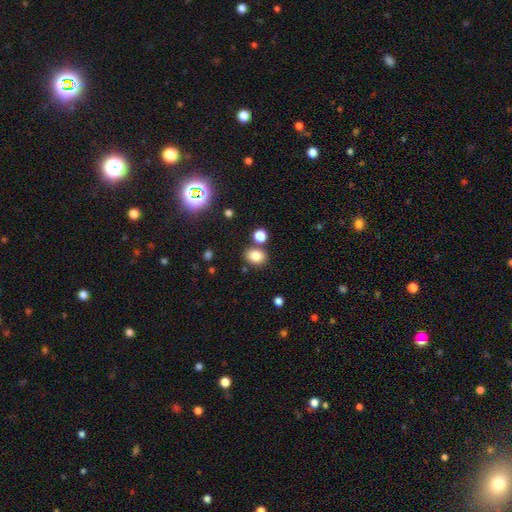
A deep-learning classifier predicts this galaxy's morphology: A smooth galaxy with no disk features (82%) that is in between round and cigar-shaped (57%).

Vote fractions:
- Smooth or featured? smooth: 82% / star or artifact: 12% / featured or disk: 6%
- How rounded? in between: 57% / round: 42% / cigar-shaped: 1%
- Merging? none: 74% / merger: 12% / minor disturbance: 11% / major disturbance: 3%